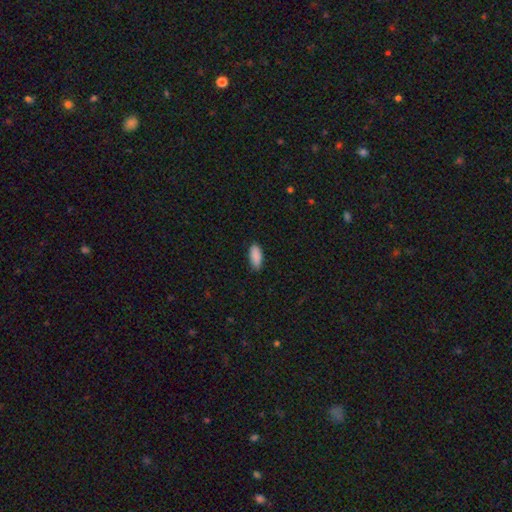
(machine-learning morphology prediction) The model was most divided on "how rounded": in between: 85%, cigar-shaped: 13%, round: 2%. More confident: smooth or featured — smooth (90%); merging — none (85%).